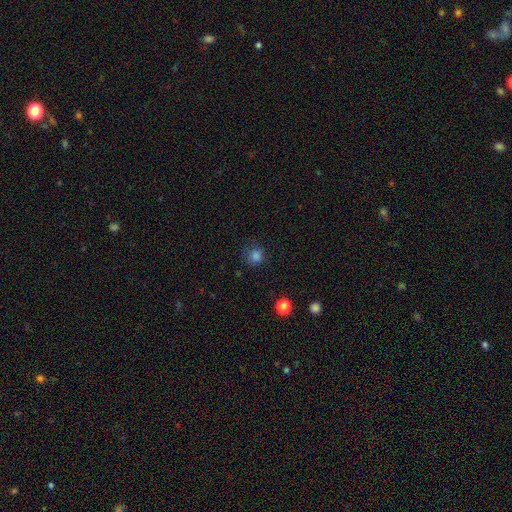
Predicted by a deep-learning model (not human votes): Smooth or featured: smooth — 82% (star or artifact — 14%)
How rounded: round — 88% (in between — 11%)
Merging: none — 74% (minor disturbance — 18%)